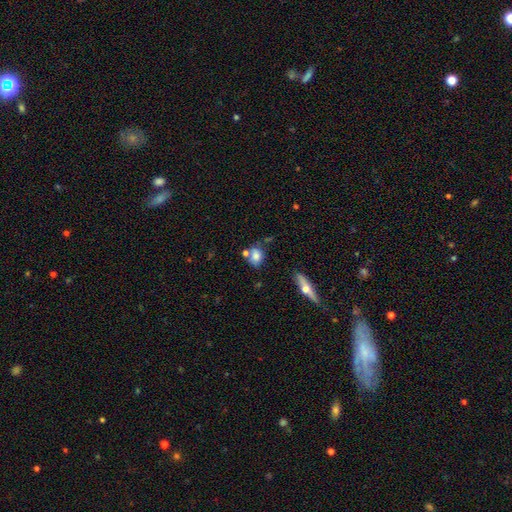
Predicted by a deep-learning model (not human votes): A smooth galaxy with no disk features (75%) that is in between round and cigar-shaped (63%).

Vote fractions:
- Smooth or featured? smooth: 75% / featured or disk: 16% / star or artifact: 9%
- How rounded? in between: 63% / round: 34% / cigar-shaped: 3%
- Merging? none: 55% / merger: 21% / minor disturbance: 18% / major disturbance: 6%